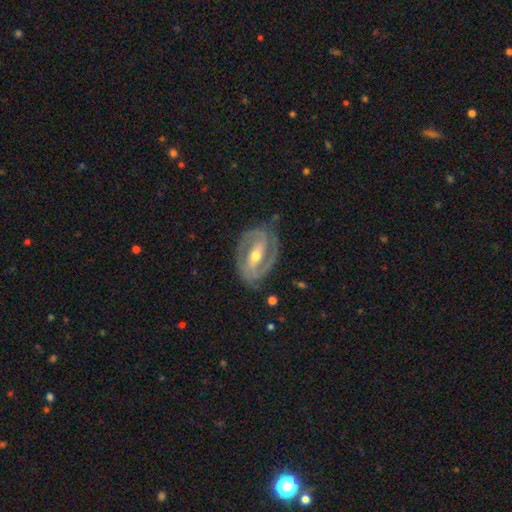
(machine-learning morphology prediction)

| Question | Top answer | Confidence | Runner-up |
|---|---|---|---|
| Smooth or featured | featured or disk | 87% | smooth (9%) |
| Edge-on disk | no | 95% | yes (5%) |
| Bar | strong | 59% | weak (27%) |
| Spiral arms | yes | 90% | no (10%) |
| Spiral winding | tight | 50% | medium (40%) |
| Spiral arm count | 2 | 86% | can't tell (6%) |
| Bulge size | moderate | 63% | small (32%) |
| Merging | none | 78% | minor disturbance (15%) |